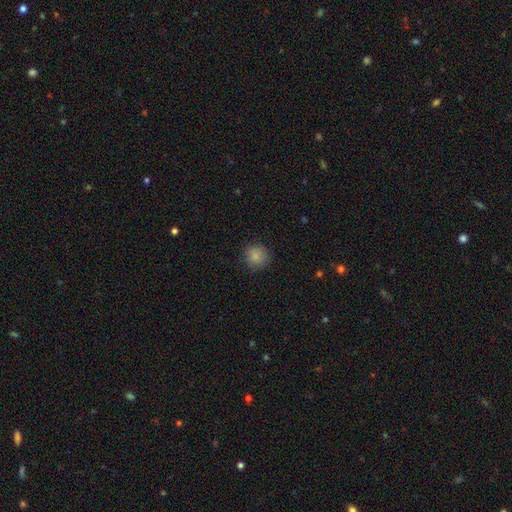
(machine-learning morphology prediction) type=smooth (85%); roundness=round (91%); merging=none (86%).